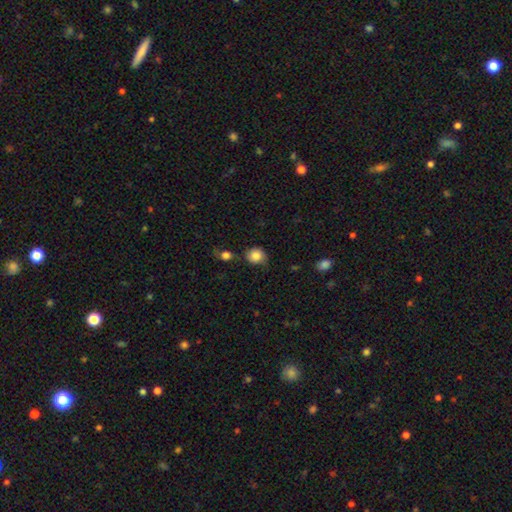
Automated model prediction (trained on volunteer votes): Morphology: type=smooth (83%); roundness=round (77%); merging=none (63%).